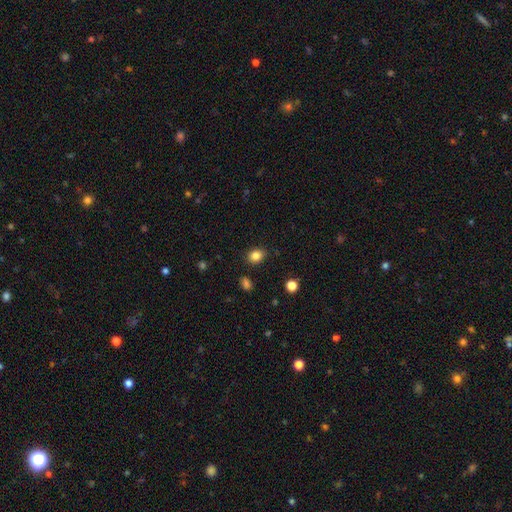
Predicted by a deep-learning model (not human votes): Morphology: type=smooth (84%); roundness=in between (51%); merging=none (85%).